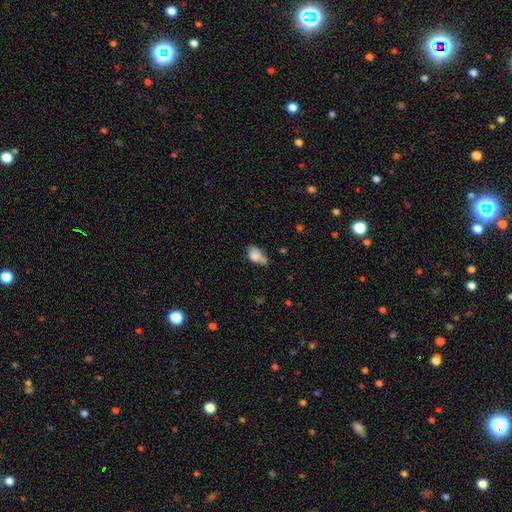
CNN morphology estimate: A smooth galaxy with no disk features (77%) that is in between round and cigar-shaped (83%). Merging: minor disturbance (36%).